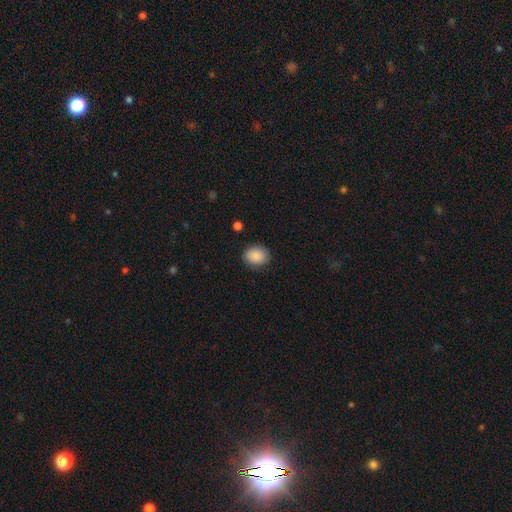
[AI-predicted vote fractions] Smooth or featured: smooth — 88% (star or artifact — 8%)
How rounded: round — 56% (in between — 43%)
Merging: none — 86% (minor disturbance — 10%)